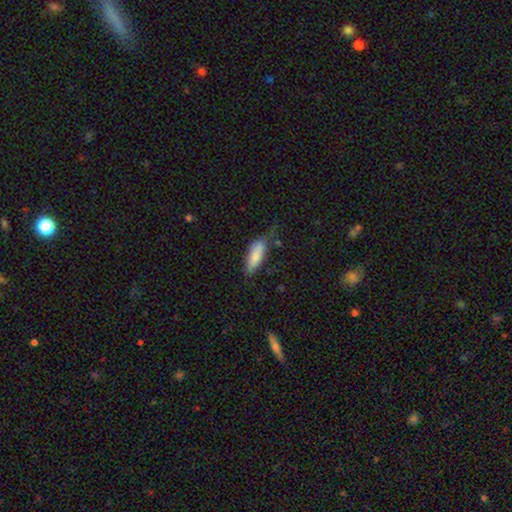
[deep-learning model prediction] Smooth or featured?
  - smooth: 82% *
  - featured or disk: 12%
  - star or artifact: 6%
How rounded?
  - in between: 63% *
  - cigar-shaped: 35%
  - round: 2%
Merging?
  - none: 53% *
  - minor disturbance: 32%
  - major disturbance: 12%
  - merger: 3%